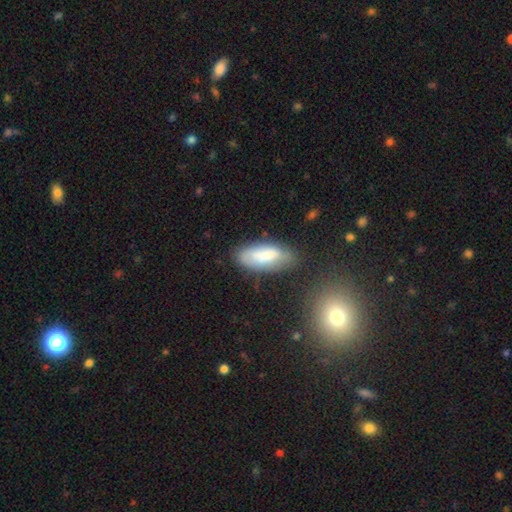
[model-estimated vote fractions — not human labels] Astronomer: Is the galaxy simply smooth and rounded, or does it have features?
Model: smooth — 71%.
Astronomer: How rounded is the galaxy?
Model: in between — 82%.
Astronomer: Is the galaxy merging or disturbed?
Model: none — 63%.